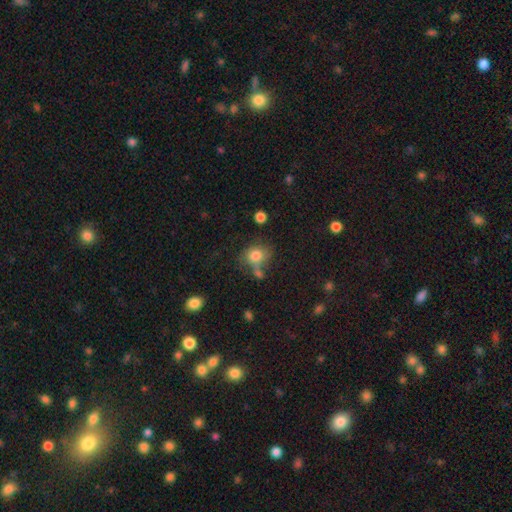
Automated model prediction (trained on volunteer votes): Q: Smooth or featured?
A: smooth (79%); runner-up: featured or disk (11%)
Q: How rounded?
A: round (57%); runner-up: in between (42%)
Q: Merging?
A: none (51%); runner-up: merger (20%)